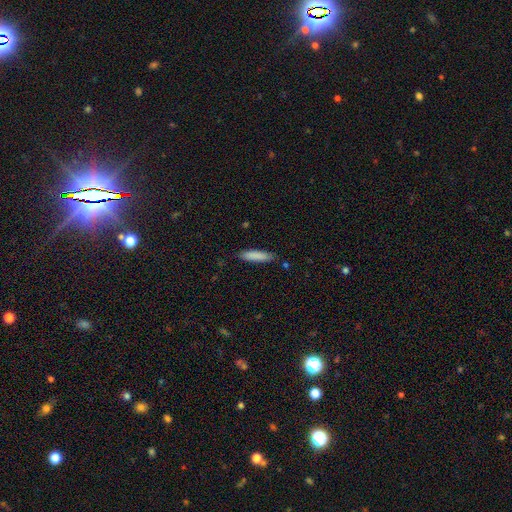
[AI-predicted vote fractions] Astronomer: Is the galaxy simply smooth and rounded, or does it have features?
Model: smooth — 86%.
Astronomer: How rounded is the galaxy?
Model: cigar-shaped — 77%.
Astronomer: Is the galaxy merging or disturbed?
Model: none — 83%.